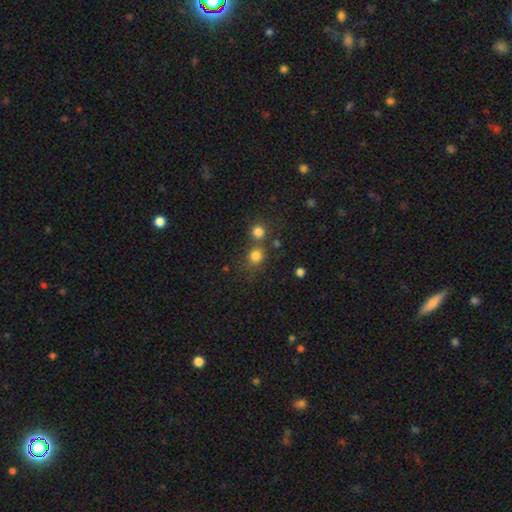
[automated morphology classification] Smooth or featured? Predicted: smooth (p=0.79). How rounded? Predicted: round (p=0.84). Merging? Predicted: none (p=0.60).